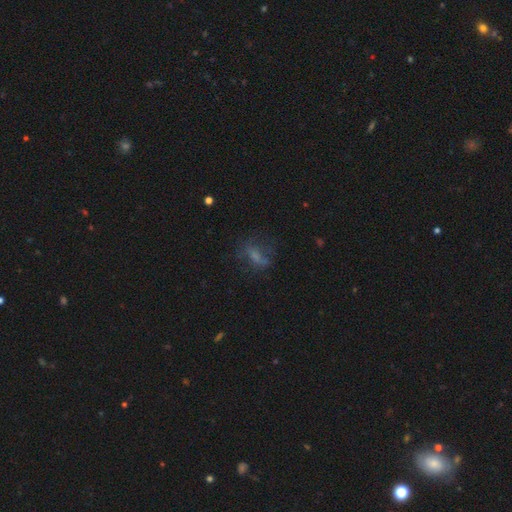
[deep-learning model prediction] Smooth or featured?
  - smooth: 50% *
  - featured or disk: 34%
  - star or artifact: 17%
Merging?
  - none: 51% *
  - major disturbance: 24%
  - minor disturbance: 22%
  - merger: 2%